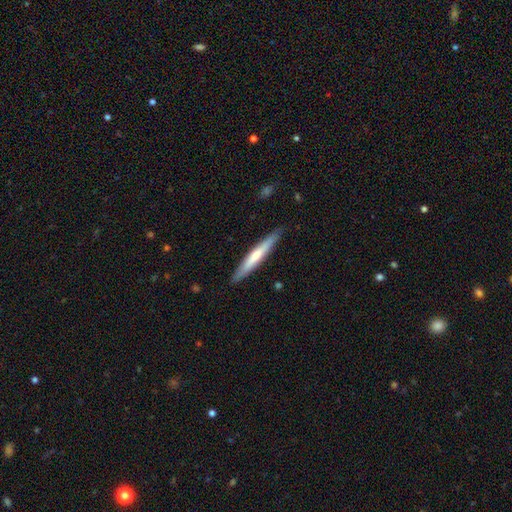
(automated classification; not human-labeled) smooth_or_featured: smooth (p=0.52) [alt: featured or disk p=0.43]
how_rounded: cigar-shaped (p=0.94) [alt: in between p=0.04]
merging: none (p=0.88) [alt: minor disturbance p=0.09]